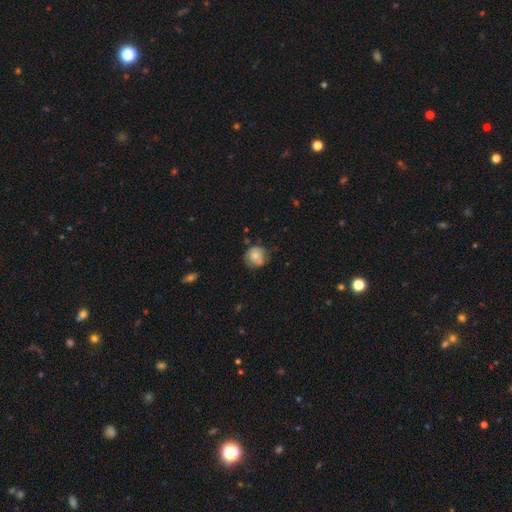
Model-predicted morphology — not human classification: The model was most divided on "merging": none: 64%, minor disturbance: 26%, major disturbance: 6%, merger: 4%. More confident: how rounded — round (86%); smooth or featured — smooth (66%).